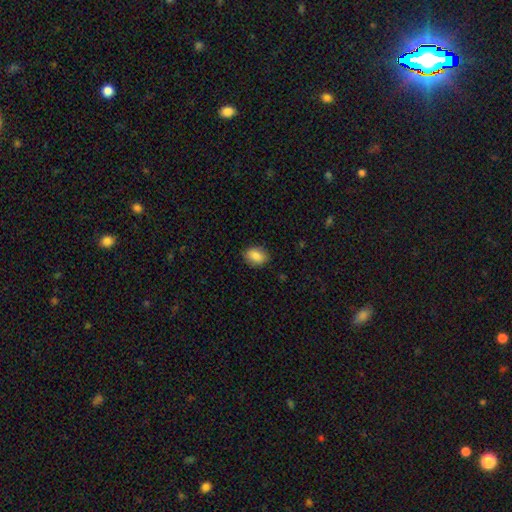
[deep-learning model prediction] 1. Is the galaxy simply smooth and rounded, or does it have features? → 87% smooth, 8% star or artifact, 5% featured or disk.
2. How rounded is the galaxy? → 77% in between, 22% round, 1% cigar-shaped.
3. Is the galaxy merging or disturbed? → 86% none, 11% minor disturbance, 2% major disturbance, 1% merger.